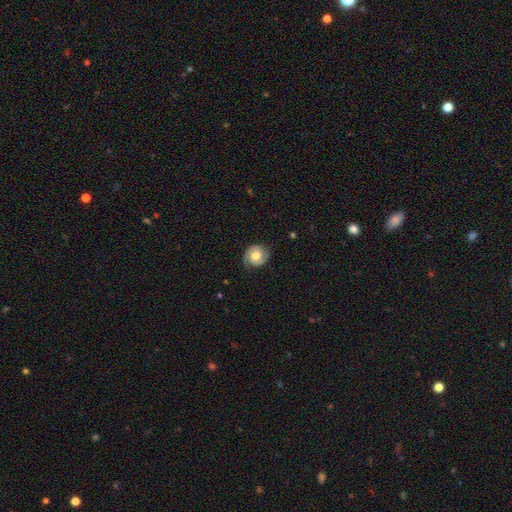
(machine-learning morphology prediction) type=featured or disk (50%); merging=none (75%).